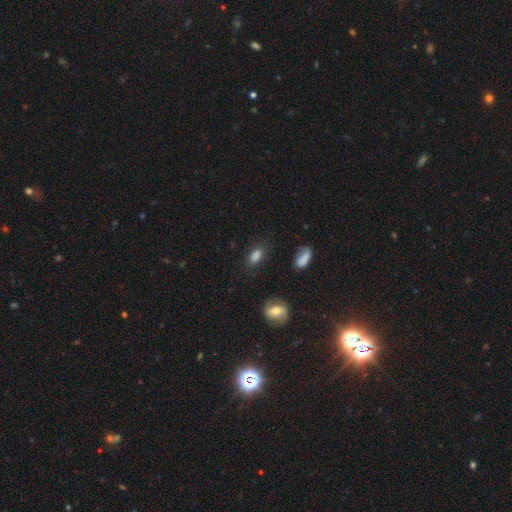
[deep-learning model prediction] This is clearly a smooth galaxy (82%). How rounded: clearly in between (85%). Merging: likely none (74%).